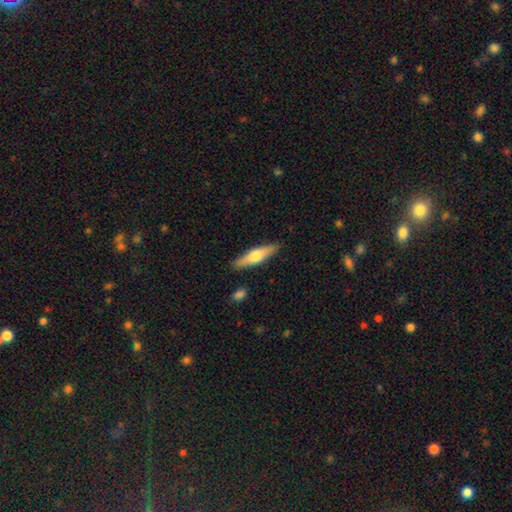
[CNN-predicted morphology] A smooth galaxy with no disk features (48%).

Vote fractions:
- Smooth or featured? smooth: 48% / featured or disk: 47% / star or artifact: 5%
- Merging? none: 87% / minor disturbance: 9% / merger: 2% / major disturbance: 2%